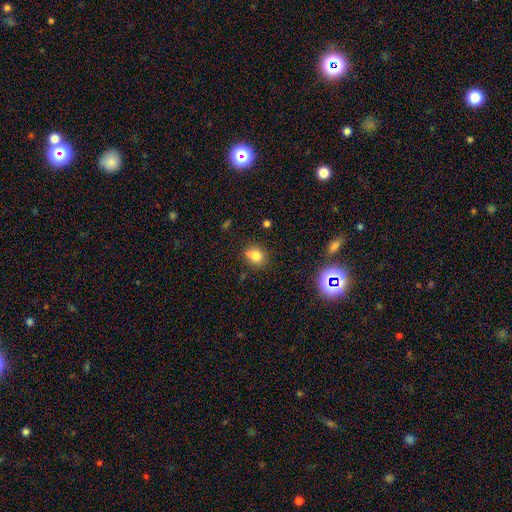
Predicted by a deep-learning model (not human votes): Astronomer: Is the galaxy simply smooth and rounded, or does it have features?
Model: smooth — 76%.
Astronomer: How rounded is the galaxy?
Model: round — 72%.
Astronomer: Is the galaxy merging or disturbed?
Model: none — 61%.